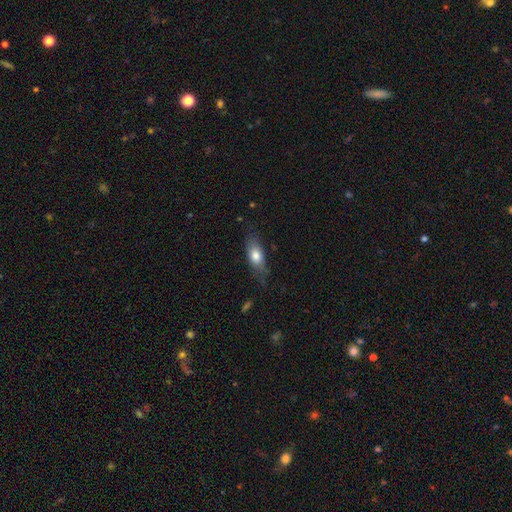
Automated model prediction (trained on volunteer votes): smooth_or_featured: smooth (p=0.73) [alt: featured or disk p=0.20]
how_rounded: in between (p=0.77) [alt: cigar-shaped p=0.18]
merging: none (p=0.65) [alt: minor disturbance p=0.25]